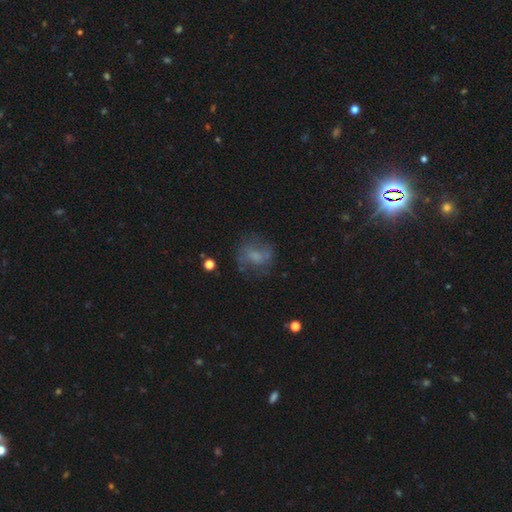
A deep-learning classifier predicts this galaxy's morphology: Overall: smooth (47%; featured or disk 38%). Merging: none (61%).